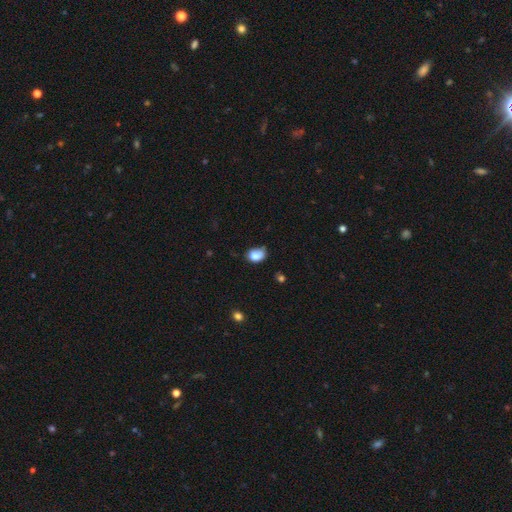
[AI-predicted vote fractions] Smooth or featured: smooth — 80% (featured or disk — 11%)
How rounded: in between — 72% (round — 27%)
Merging: none — 43% (minor disturbance — 38%)